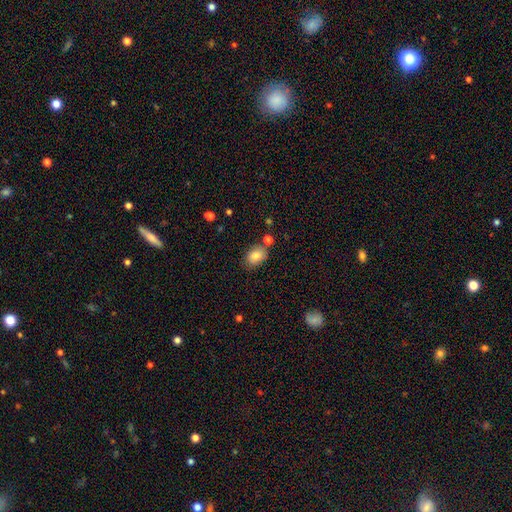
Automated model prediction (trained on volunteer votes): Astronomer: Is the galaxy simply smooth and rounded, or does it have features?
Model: smooth — 83%.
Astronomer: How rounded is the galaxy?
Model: in between — 78%.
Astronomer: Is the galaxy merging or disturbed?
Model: none — 75%.